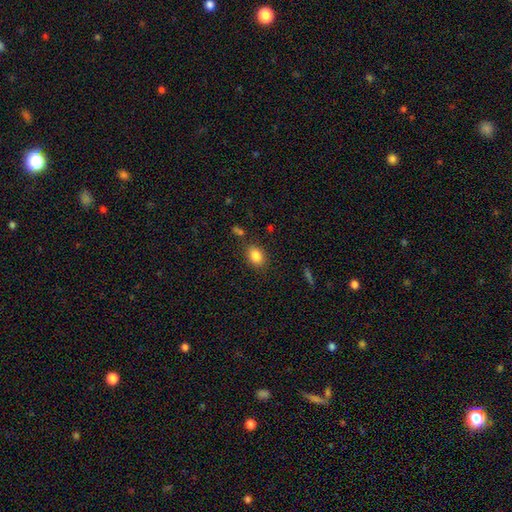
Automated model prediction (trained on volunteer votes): A smooth galaxy with no disk features (85%) that is in between round and cigar-shaped (75%).

Vote fractions:
- Smooth or featured? smooth: 85% / star or artifact: 9% / featured or disk: 6%
- How rounded? in between: 75% / round: 24% / cigar-shaped: 1%
- Merging? none: 82% / minor disturbance: 11% / merger: 4% / major disturbance: 3%